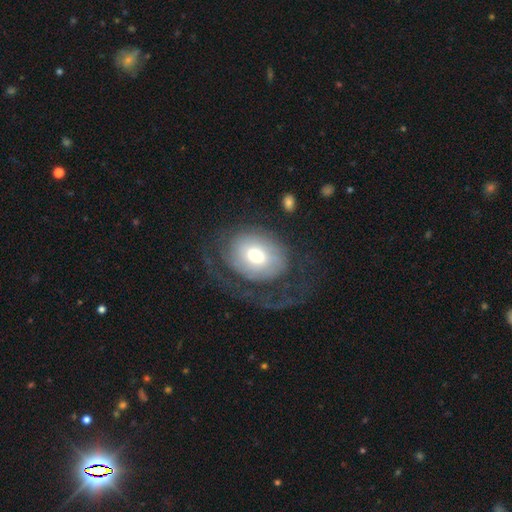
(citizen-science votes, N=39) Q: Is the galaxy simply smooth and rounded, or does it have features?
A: smooth — 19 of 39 (49%).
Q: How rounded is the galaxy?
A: in between — 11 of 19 (58%).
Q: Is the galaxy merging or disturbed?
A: none — 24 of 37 (65%).